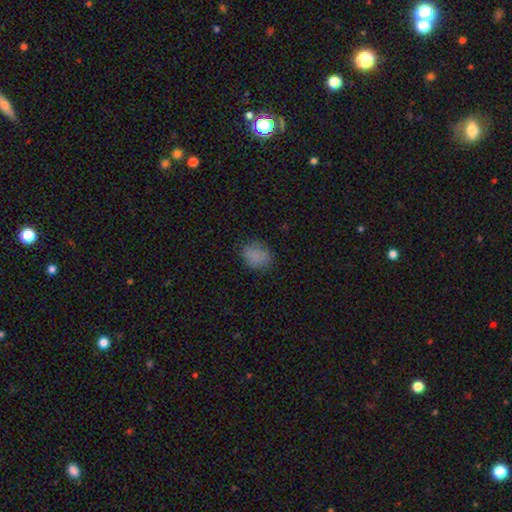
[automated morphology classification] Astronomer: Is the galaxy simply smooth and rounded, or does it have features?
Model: smooth — 82%.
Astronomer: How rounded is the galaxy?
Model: round — 55% (runner-up: in between, 44%).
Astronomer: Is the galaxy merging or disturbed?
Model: none — 78%.